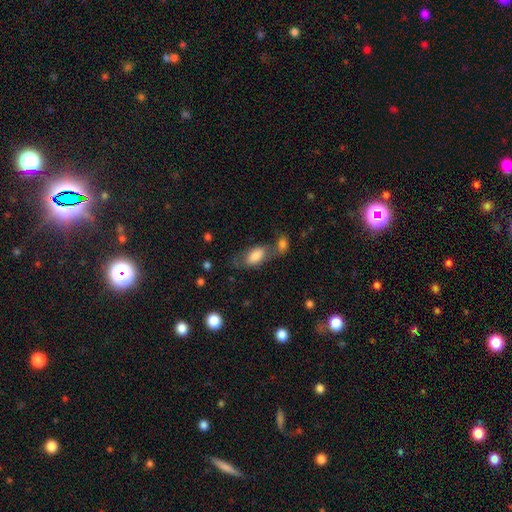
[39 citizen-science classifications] This appears to be a smooth galaxy with no disk features (77%) that is in between round and cigar-shaped (100%). Merging: none (42%).